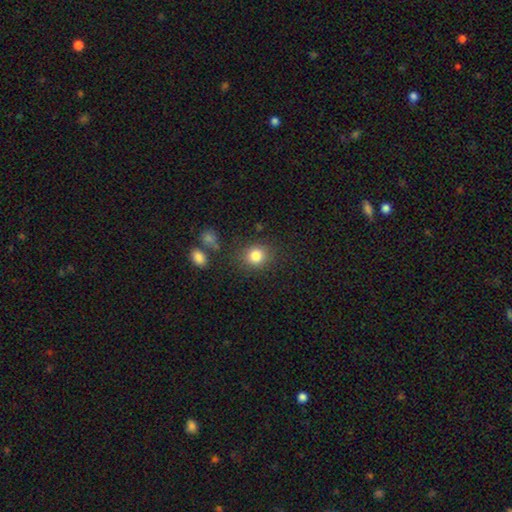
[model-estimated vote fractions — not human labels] smooth-or-featured: smooth: 83% | star or artifact: 11% | featured or disk: 6%
  how-rounded: round: 80% | in between: 19% | cigar-shaped: 1%
  merging: none: 82% | minor disturbance: 11% | major disturbance: 4% | merger: 3%